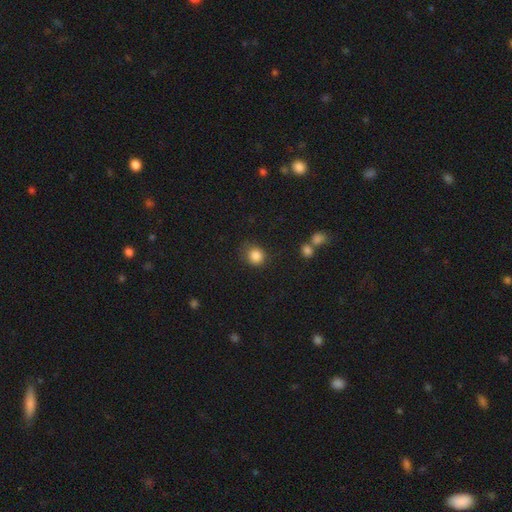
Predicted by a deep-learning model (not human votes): Morphology: type=smooth (85%); roundness=round (82%); merging=none (73%).